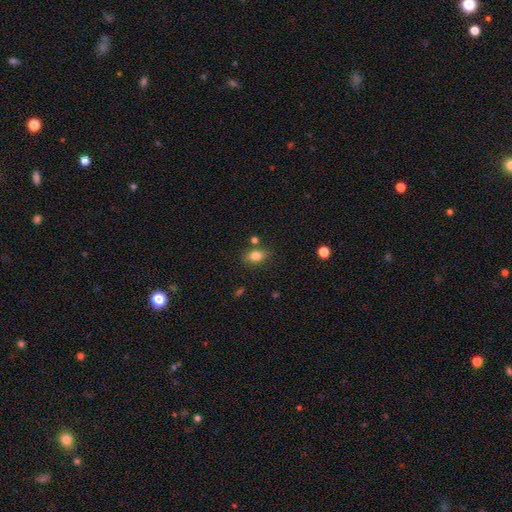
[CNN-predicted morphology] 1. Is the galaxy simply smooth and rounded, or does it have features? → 81% smooth, 10% star or artifact, 10% featured or disk.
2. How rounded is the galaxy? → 77% in between, 21% round, 2% cigar-shaped.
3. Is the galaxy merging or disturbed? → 76% none, 13% minor disturbance, 7% merger, 3% major disturbance.